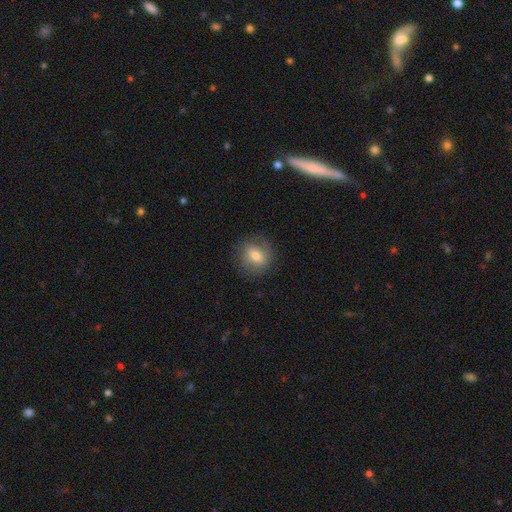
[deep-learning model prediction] A smooth galaxy with no disk features (69%) that is round (73%). Merging: none (82%).